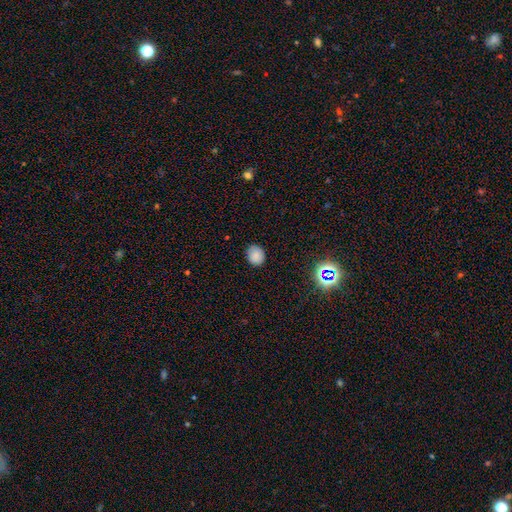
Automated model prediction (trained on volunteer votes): Morphology: type=smooth (81%); roundness=round (69%); merging=none (85%).